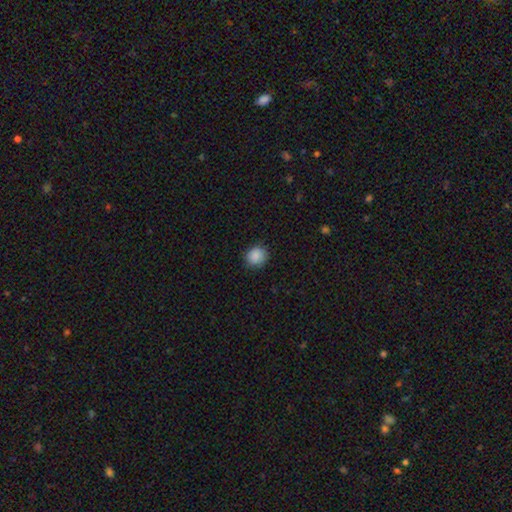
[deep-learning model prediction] Overall: smooth (88%). How rounded: round (85%). Merging: none (86%).